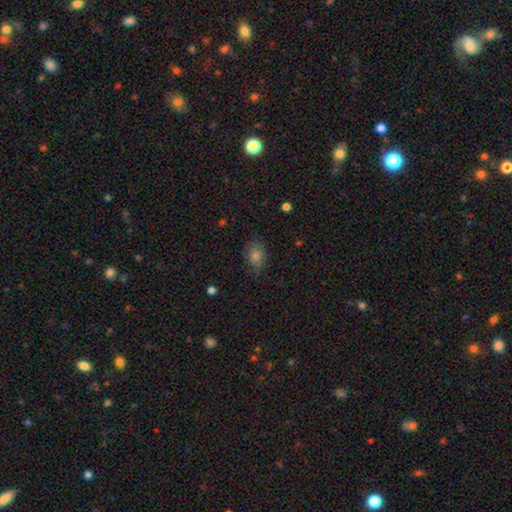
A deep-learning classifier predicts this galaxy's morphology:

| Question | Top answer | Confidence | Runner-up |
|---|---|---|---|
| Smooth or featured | smooth | 71% | star or artifact (19%) |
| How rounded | in between | 75% | round (24%) |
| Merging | none | 81% | minor disturbance (14%) |